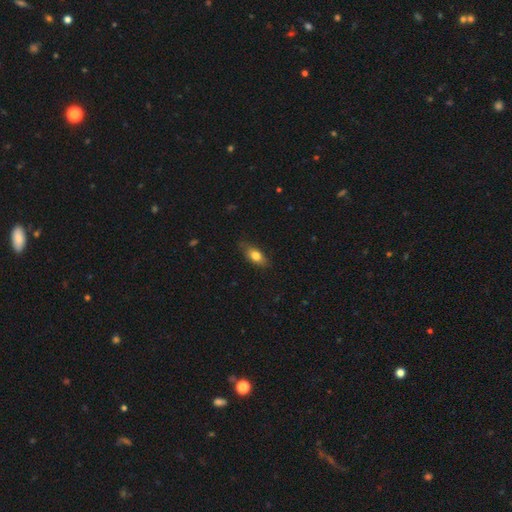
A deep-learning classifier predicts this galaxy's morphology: smooth_or_featured: smooth (p=0.75) [alt: featured or disk p=0.17]
how_rounded: in between (p=0.80) [alt: cigar-shaped p=0.13]
merging: none (p=0.77) [alt: minor disturbance p=0.19]